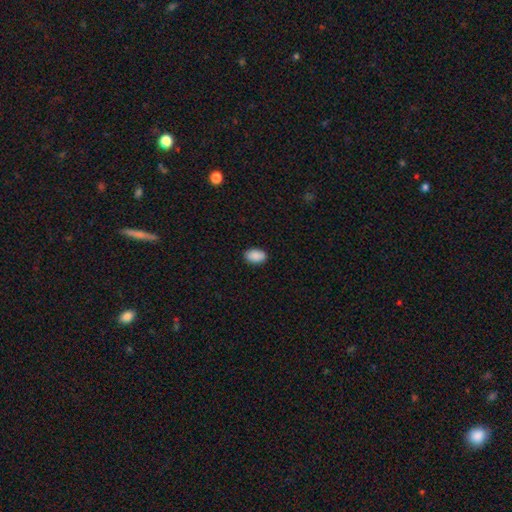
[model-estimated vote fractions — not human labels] Smooth or featured? Predicted: smooth (p=0.90). How rounded? Predicted: in between (p=0.91). Merging? Predicted: none (p=0.89).